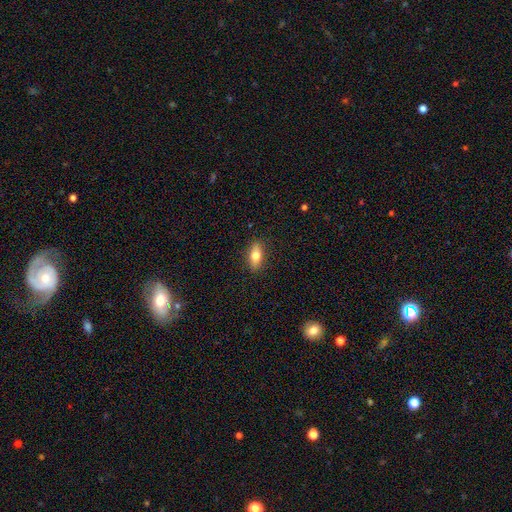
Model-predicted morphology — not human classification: Q: Smooth or featured?
A: smooth (71%); runner-up: featured or disk (22%)
Q: How rounded?
A: in between (77%); runner-up: cigar-shaped (18%)
Q: Merging?
A: none (88%); runner-up: minor disturbance (9%)